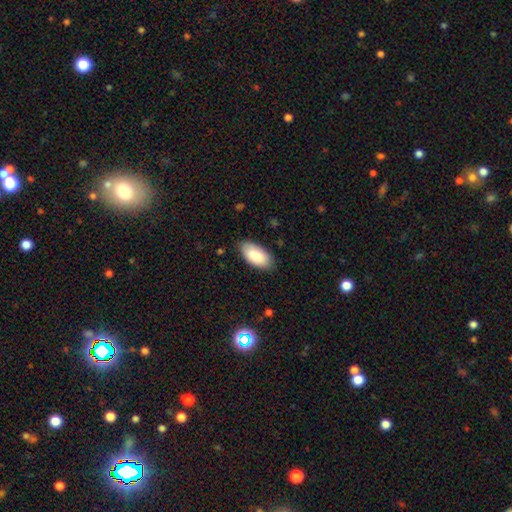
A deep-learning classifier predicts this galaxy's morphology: type=smooth (86%); roundness=in between (95%); merging=none (82%).